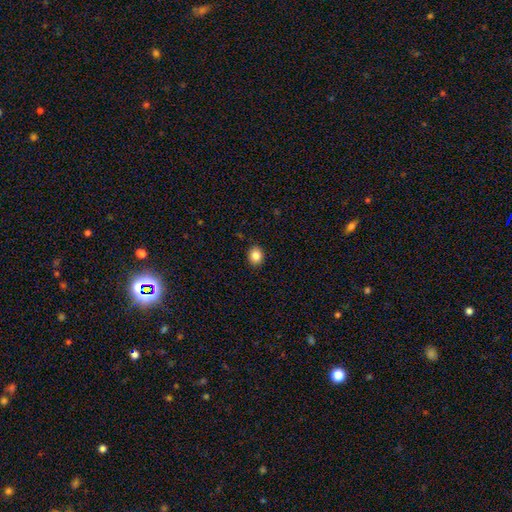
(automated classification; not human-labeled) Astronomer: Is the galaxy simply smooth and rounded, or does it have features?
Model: smooth — 85%.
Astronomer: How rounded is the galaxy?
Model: round — 67%.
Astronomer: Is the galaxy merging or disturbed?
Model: none — 91%.